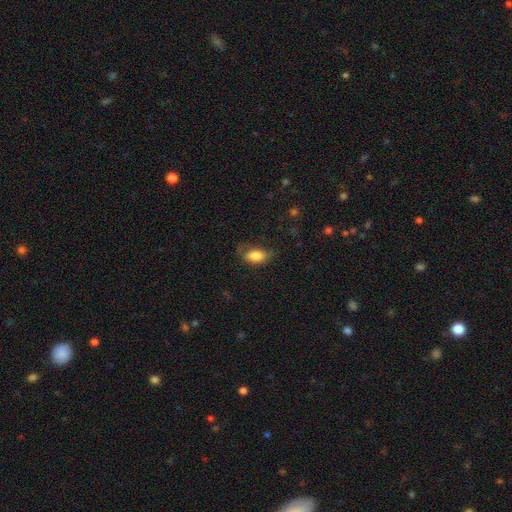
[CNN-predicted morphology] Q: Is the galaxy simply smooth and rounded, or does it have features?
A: smooth — 80%.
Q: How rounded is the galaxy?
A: in between — 89%.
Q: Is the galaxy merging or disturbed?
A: none — 55%.